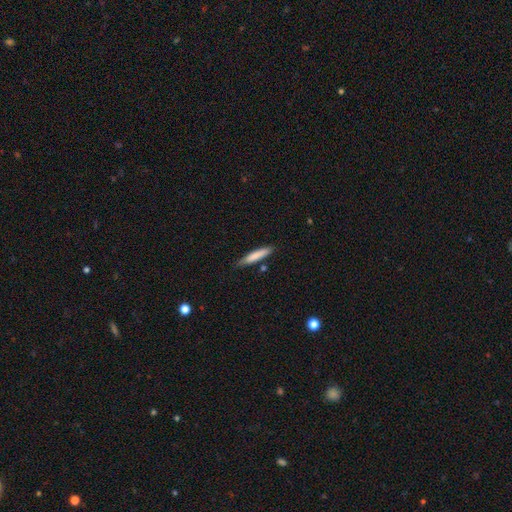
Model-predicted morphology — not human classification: Smooth or featured? smooth (77%)
How rounded? cigar-shaped (89%)
Merging? none (81%)